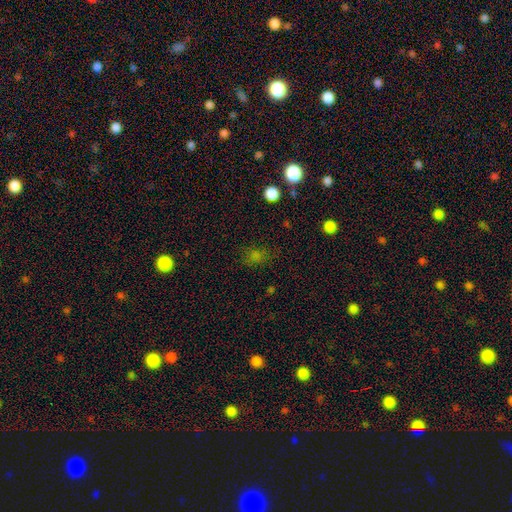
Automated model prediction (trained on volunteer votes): This is likely a smooth galaxy (62%). How rounded: possibly round (55%). Merging: likely none (75%).